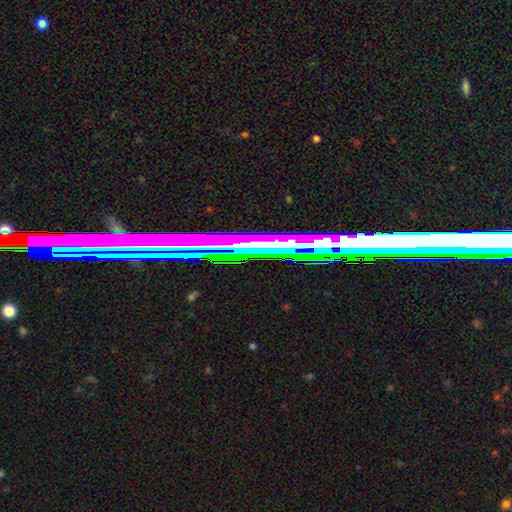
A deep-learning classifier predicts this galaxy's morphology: A star or artifact, not a galaxy (43%).